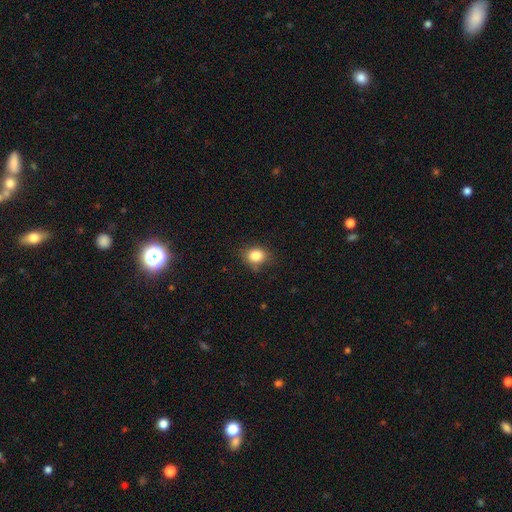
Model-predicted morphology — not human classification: Smooth or featured? Predicted: smooth (p=0.84). How rounded? Predicted: round (p=0.61). Merging? Predicted: none (p=0.72).